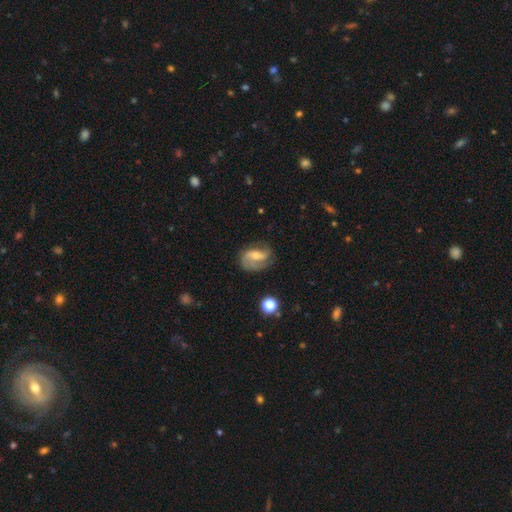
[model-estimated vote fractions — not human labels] Smooth or featured?
  - featured or disk: 79% *
  - smooth: 15%
  - star or artifact: 6%
Edge-on disk?
  - no: 97% *
  - yes: 3%
Bar?
  - weak: 43% *
  - strong: 29%
  - no: 28%
Spiral arms?
  - yes: 94% *
  - no: 6%
Spiral winding?
  - medium: 46% *
  - loose: 33%
  - tight: 22%
Spiral arm count?
  - 2: 77% *
  - 1: 10%
  - can't tell: 6%
  - 3: 4%
  - 4: 1%
  - more than 4: 1%
Bulge size?
  - moderate: 50% *
  - small: 42%
  - large: 3%
  - none: 3%
  - dominant: 1%
Merging?
  - none: 68% *
  - minor disturbance: 20%
  - major disturbance: 10%
  - merger: 2%